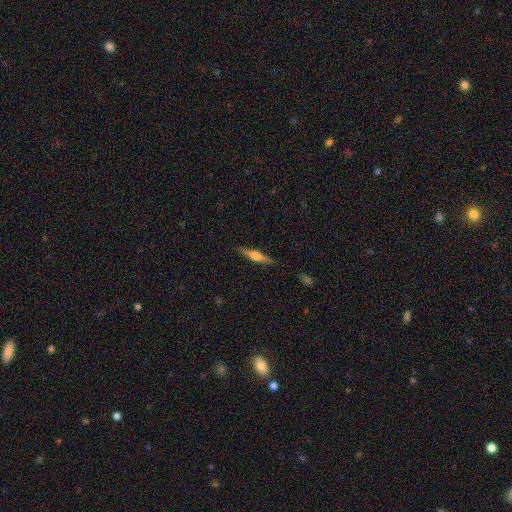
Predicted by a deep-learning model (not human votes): A featured or disk galaxy (63%) viewed edge-on (97%) with a rounded central bulge (84%). Merging: none (88%).